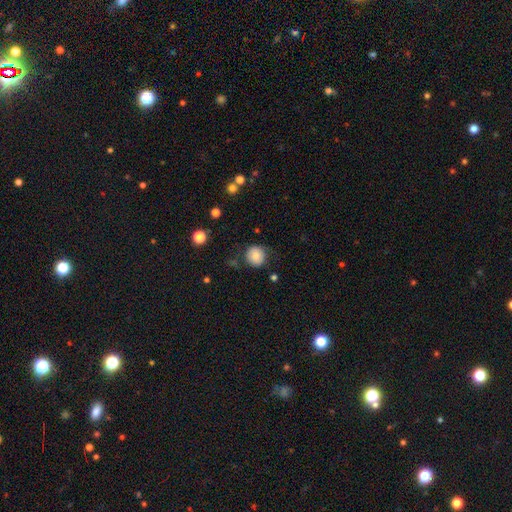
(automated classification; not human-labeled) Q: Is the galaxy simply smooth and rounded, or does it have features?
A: smooth — 78%.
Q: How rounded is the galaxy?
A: round — 91%.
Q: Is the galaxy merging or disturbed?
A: none — 77%.